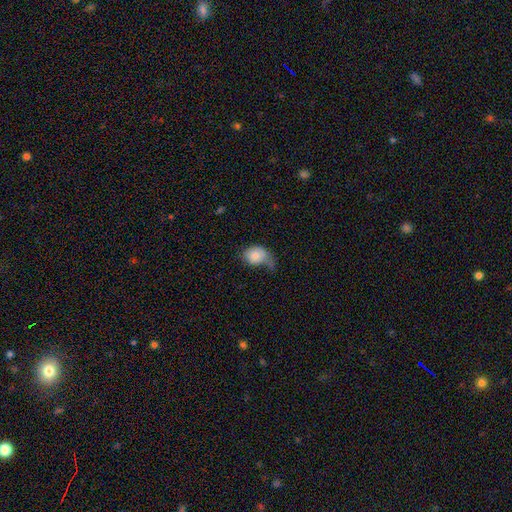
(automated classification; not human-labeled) Overall: smooth (77%). How rounded: in between (52%; round 47%). Merging: major disturbance (34%; minor disturbance 32%).